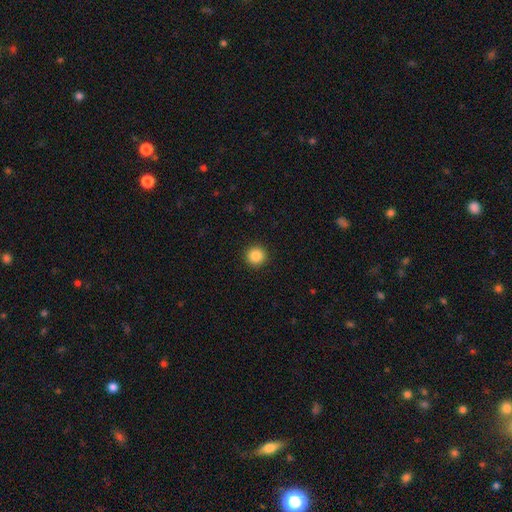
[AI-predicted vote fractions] This appears to be a smooth galaxy with no disk features (86%) that is round (95%). Merging: none (93%).